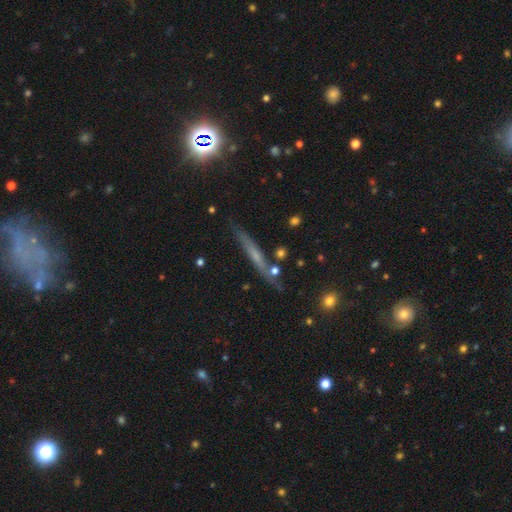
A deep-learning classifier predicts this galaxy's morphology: featured or disk 50%, smooth 36%, star or artifact 14%. Down the decision tree: edge-on disk — yes (91%); merging — none (79%).